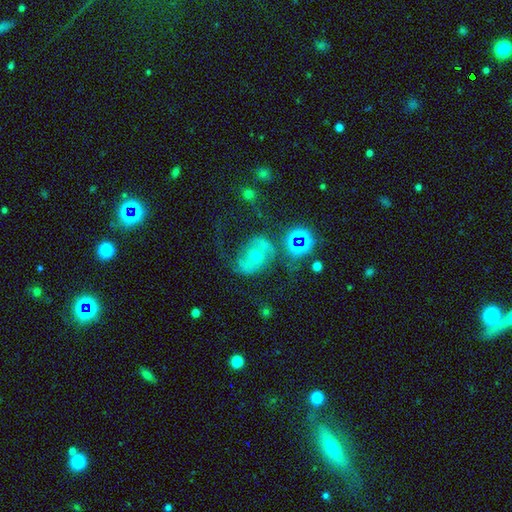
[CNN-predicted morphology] This is possibly a featured or disk galaxy (58%). It is clearly not viewed edge-on (95%). Bar: possibly no (52%). Spiral arm pattern: likely yes (72%). Central bulge: possibly moderate (52%). Merging: possibly none (47%).